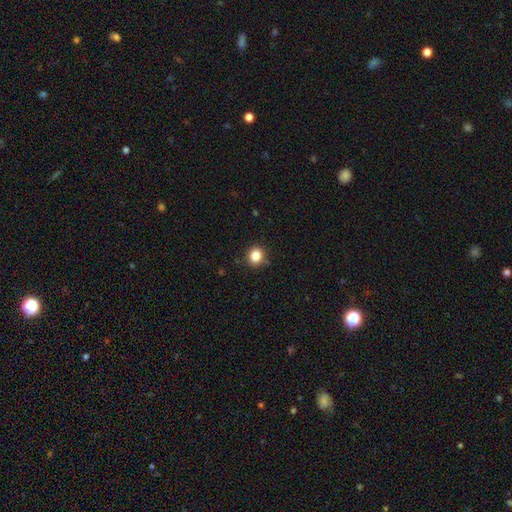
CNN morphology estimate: Smooth or featured? smooth (85%)
How rounded? round (81%)
Merging? none (88%)